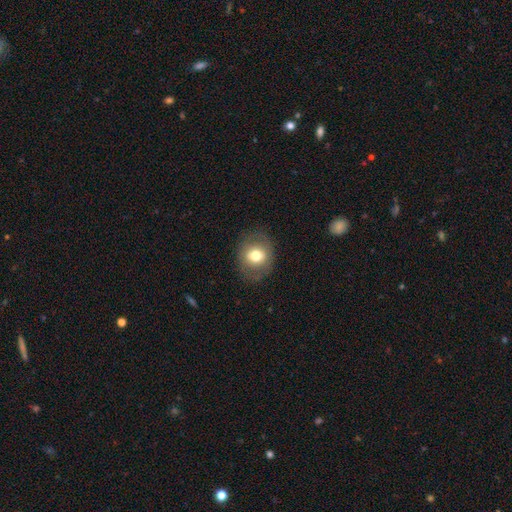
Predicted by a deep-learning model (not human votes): smooth-or-featured: smooth: 67% | featured or disk: 25% | star or artifact: 9%
  how-rounded: round: 66% | in between: 33% | cigar-shaped: 1%
  merging: none: 82% | minor disturbance: 12% | major disturbance: 5% | merger: 1%